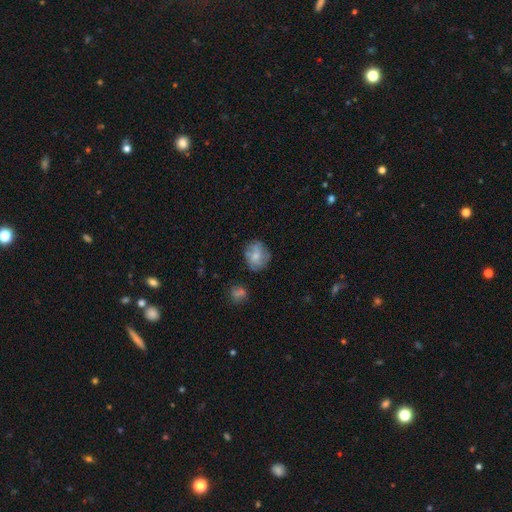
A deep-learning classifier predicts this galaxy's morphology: This is possibly a smooth galaxy (52%). How rounded: likely round (69%). Merging: likely none (69%).